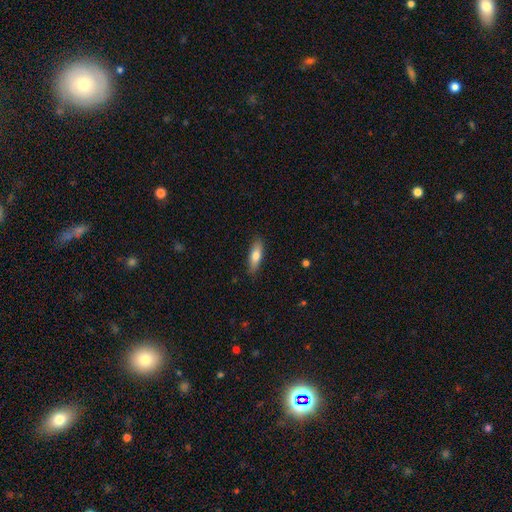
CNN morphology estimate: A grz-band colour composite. It shows a smooth galaxy with no disk features (74%) that is in between round and cigar-shaped (49%, tied with cigar-shaped). Merging: none (87%).